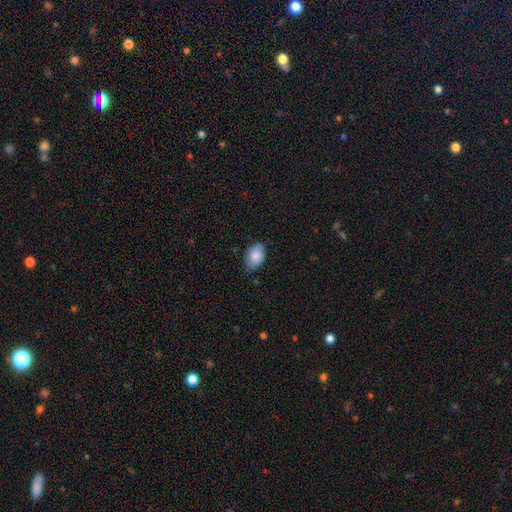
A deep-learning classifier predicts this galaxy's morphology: Smooth or featured? smooth (83%)
How rounded? in between (90%)
Merging? none (72%)